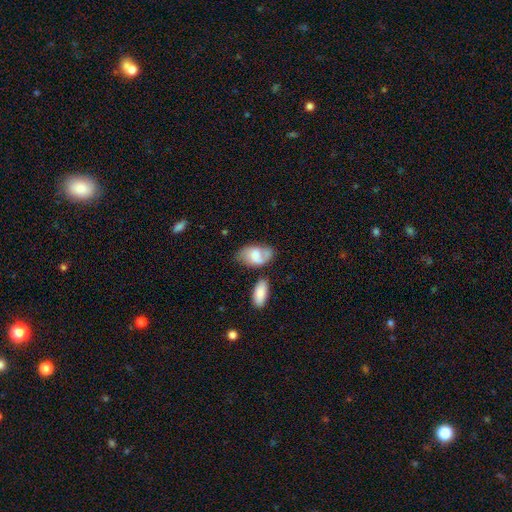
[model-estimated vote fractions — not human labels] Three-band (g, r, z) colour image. It shows a smooth galaxy with no disk features (56%) that is in between round and cigar-shaped (91%). Merging: none (46%).